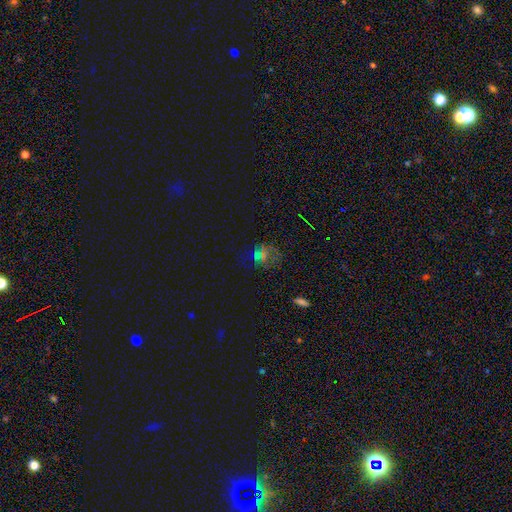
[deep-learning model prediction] star or artifact 59%, smooth 28%, featured or disk 13%.